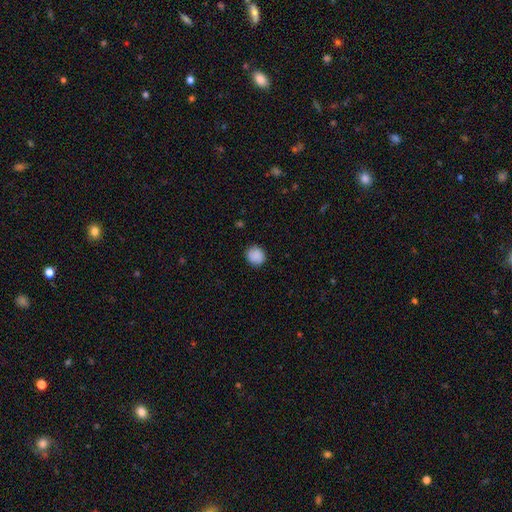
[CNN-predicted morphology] smooth-or-featured: smooth: 88% | star or artifact: 8% | featured or disk: 4%
  how-rounded: round: 86% | in between: 13% | cigar-shaped: 1%
  merging: none: 87% | minor disturbance: 10% | major disturbance: 2% | merger: 1%